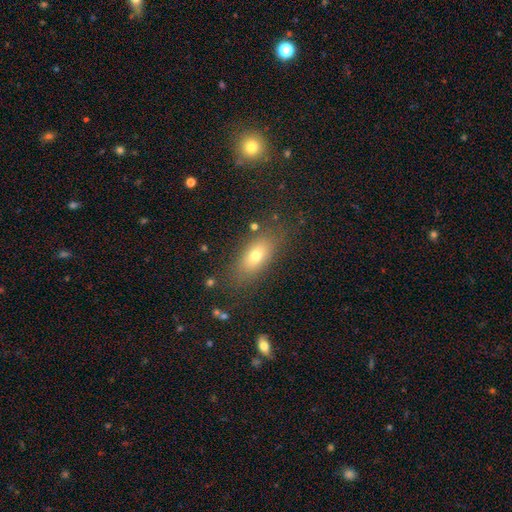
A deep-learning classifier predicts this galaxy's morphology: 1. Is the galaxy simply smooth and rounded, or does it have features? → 70% smooth, 17% featured or disk, 13% star or artifact.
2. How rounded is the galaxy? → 78% in between, 13% cigar-shaped, 8% round.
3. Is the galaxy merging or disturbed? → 80% none, 13% minor disturbance, 5% major disturbance, 3% merger.